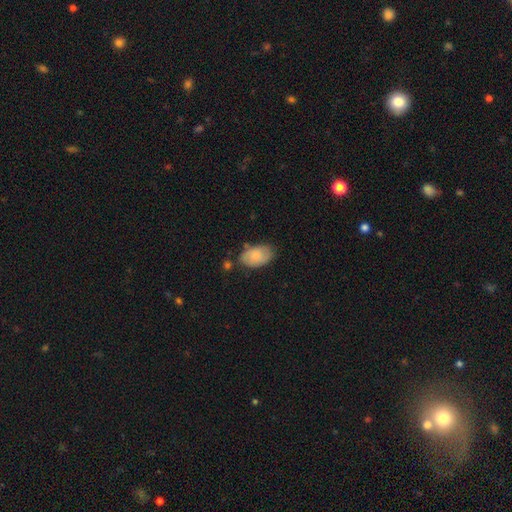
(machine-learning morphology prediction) Smooth or featured? smooth (68%)
How rounded? in between (92%)
Merging? none (68%)